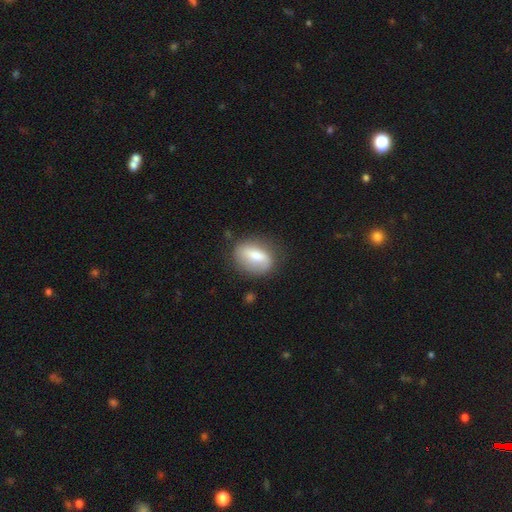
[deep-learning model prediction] A smooth galaxy with no disk features (61%) that is in between round and cigar-shaped (72%). Merging: none (66%).